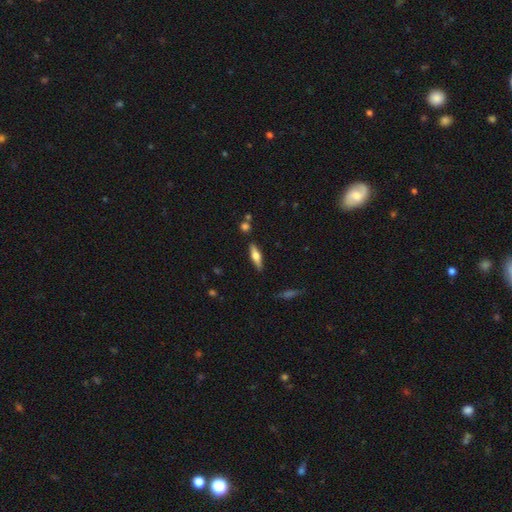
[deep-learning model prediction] Smooth or featured? featured or disk (47%, tied with smooth)
Merging? none (85%)